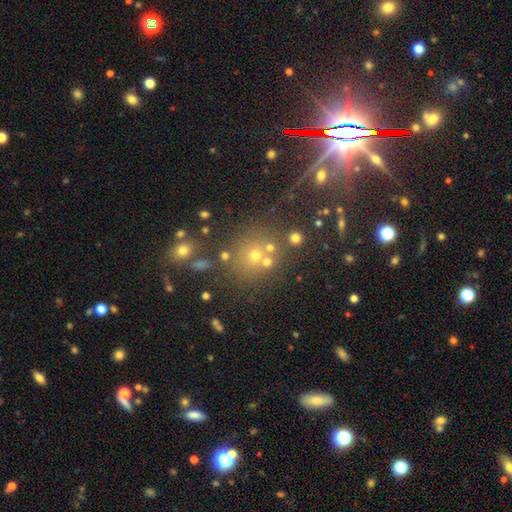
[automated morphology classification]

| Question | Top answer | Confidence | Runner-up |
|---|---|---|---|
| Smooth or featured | smooth | 54% | star or artifact (32%) |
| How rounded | round | 84% | in between (15%) |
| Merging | none | 66% | merger (19%) |